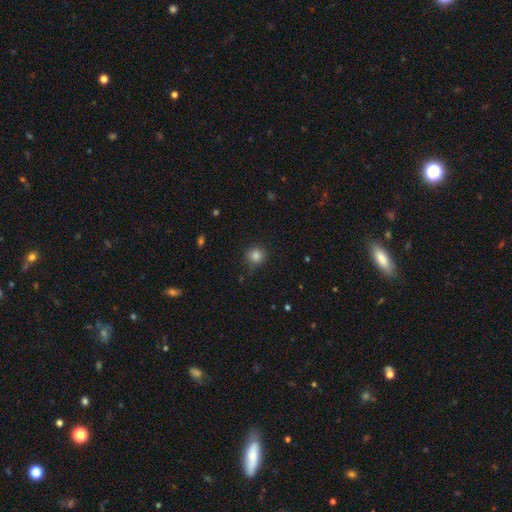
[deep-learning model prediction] This appears to be a smooth galaxy with no disk features (83%) that is round (89%). Merging: none (84%).